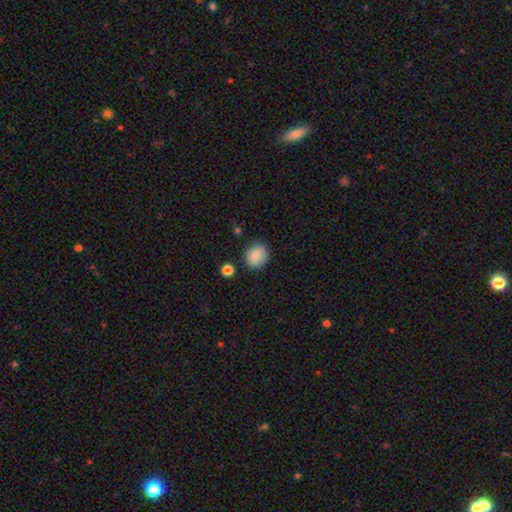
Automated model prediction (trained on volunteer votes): Smooth or featured: smooth — 84% (star or artifact — 8%)
How rounded: round — 75% (in between — 24%)
Merging: none — 81% (minor disturbance — 13%)